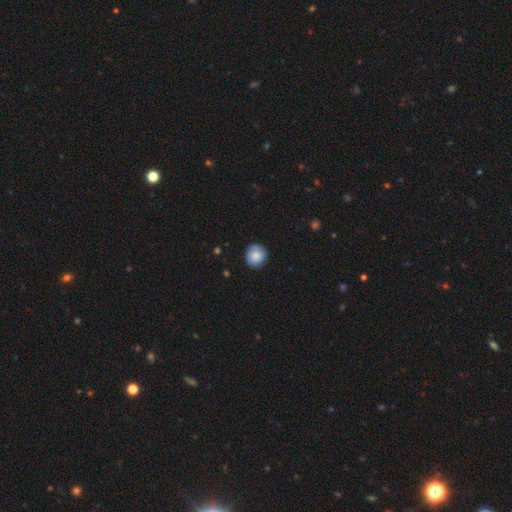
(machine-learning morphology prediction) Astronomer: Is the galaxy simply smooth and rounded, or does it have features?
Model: smooth — 81%.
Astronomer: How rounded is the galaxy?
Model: round — 89%.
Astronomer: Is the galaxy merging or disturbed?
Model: none — 84%.